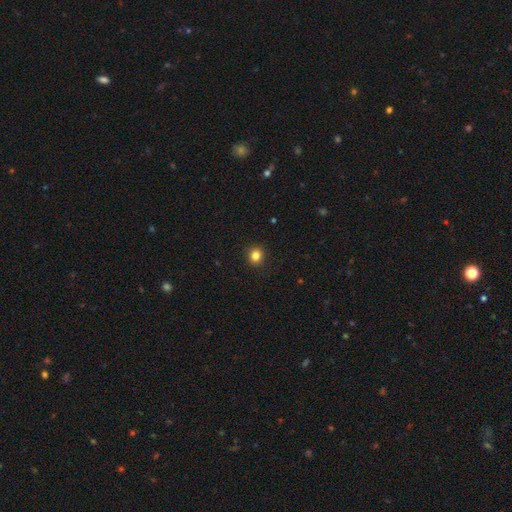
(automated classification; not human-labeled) Q: Smooth or featured?
A: smooth (83%); runner-up: star or artifact (12%)
Q: How rounded?
A: round (88%); runner-up: in between (11%)
Q: Merging?
A: none (91%); runner-up: minor disturbance (6%)